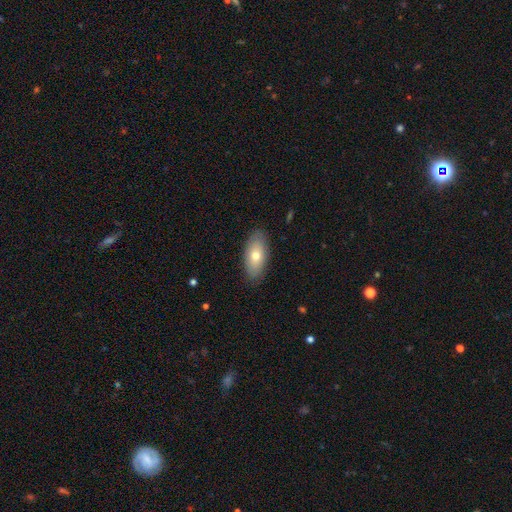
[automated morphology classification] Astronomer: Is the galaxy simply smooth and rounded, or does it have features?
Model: smooth — 69%.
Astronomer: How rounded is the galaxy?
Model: in between — 88%.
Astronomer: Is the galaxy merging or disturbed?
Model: none — 86%.